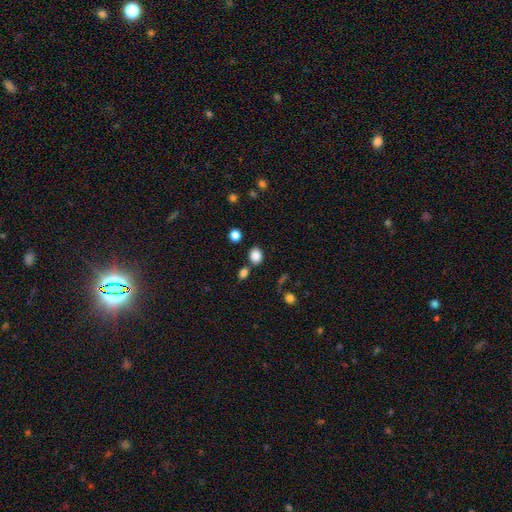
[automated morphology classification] This appears to be a smooth galaxy with no disk features (85%) that is round (52%). Merging: none (77%).